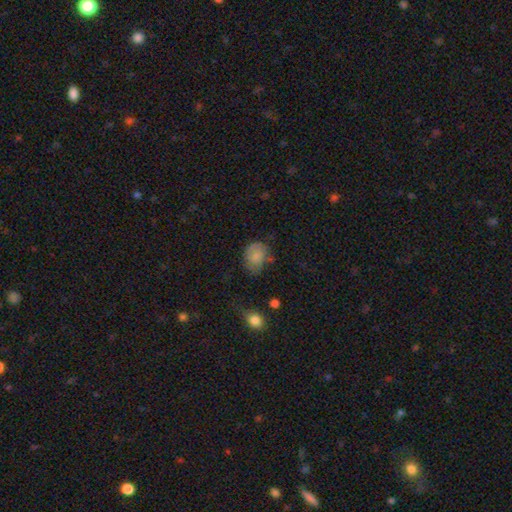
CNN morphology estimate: A smooth galaxy with no disk features (74%) that is in between round and cigar-shaped (57%).

Vote fractions:
- Smooth or featured? smooth: 74% / featured or disk: 17% / star or artifact: 8%
- How rounded? in between: 57% / round: 42% / cigar-shaped: 1%
- Merging? none: 53% / minor disturbance: 31% / major disturbance: 12% / merger: 4%